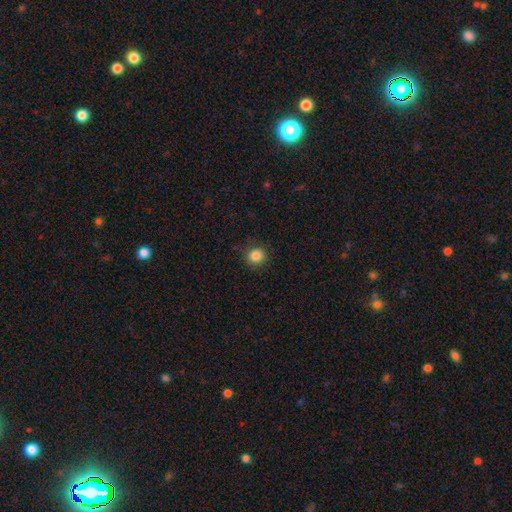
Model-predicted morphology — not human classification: type=smooth (85%); roundness=round (89%); merging=none (89%).